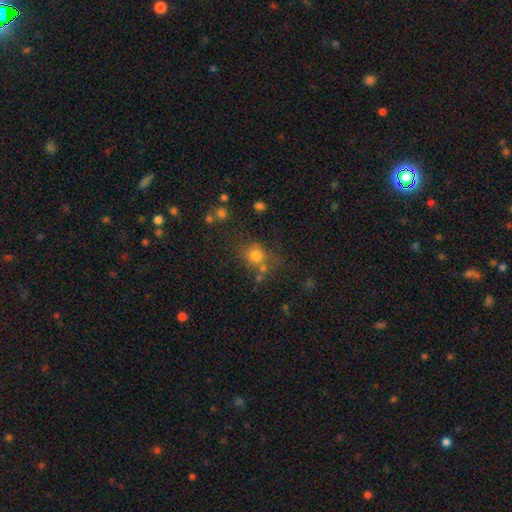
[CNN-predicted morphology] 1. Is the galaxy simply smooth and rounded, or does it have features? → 74% smooth, 16% star or artifact, 11% featured or disk.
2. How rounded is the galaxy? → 77% round, 22% in between, 1% cigar-shaped.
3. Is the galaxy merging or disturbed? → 60% none, 17% minor disturbance, 15% merger, 9% major disturbance.